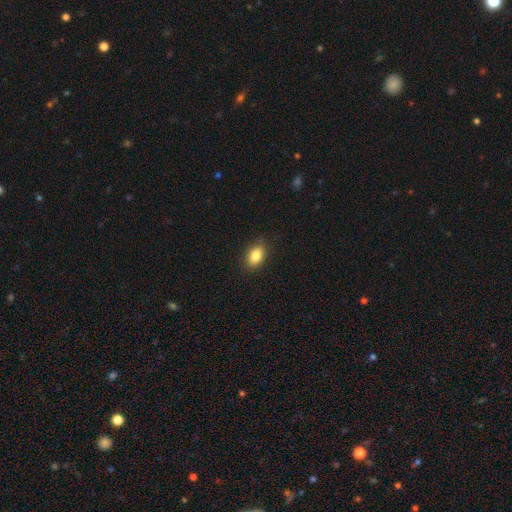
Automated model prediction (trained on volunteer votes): Smooth or featured: smooth — 85% (star or artifact — 9%)
How rounded: in between — 84% (round — 14%)
Merging: none — 87% (minor disturbance — 10%)